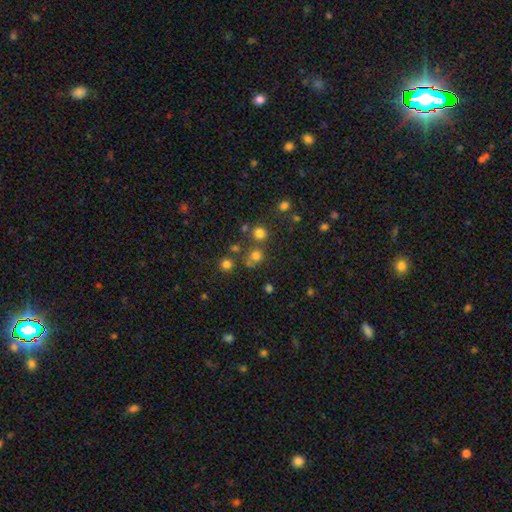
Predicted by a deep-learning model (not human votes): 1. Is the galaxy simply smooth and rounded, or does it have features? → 70% smooth, 22% star or artifact, 8% featured or disk.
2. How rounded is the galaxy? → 89% round, 10% in between, 1% cigar-shaped.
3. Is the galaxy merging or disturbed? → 68% none, 20% merger, 8% minor disturbance, 4% major disturbance.